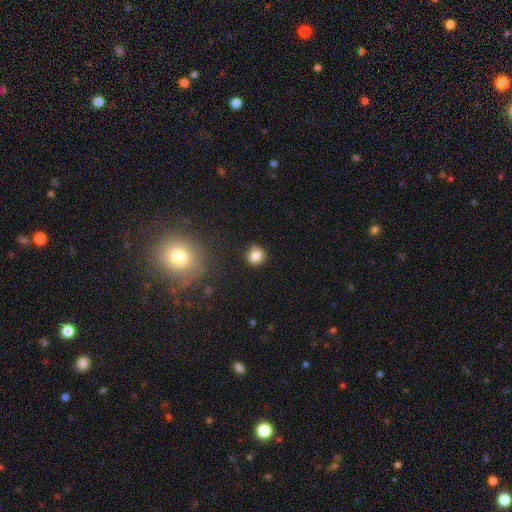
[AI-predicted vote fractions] Smooth or featured? Predicted: smooth (p=0.83). How rounded? Predicted: round (p=0.73). Merging? Predicted: none (p=0.77).